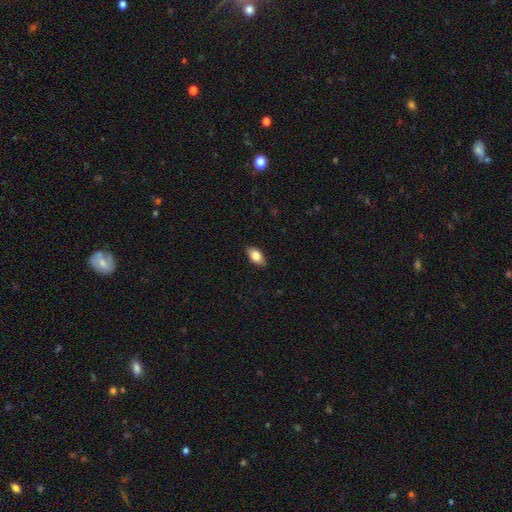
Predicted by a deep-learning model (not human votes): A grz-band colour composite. It shows a smooth galaxy with no disk features (81%) that is in between round and cigar-shaped (91%). Merging: none (86%).